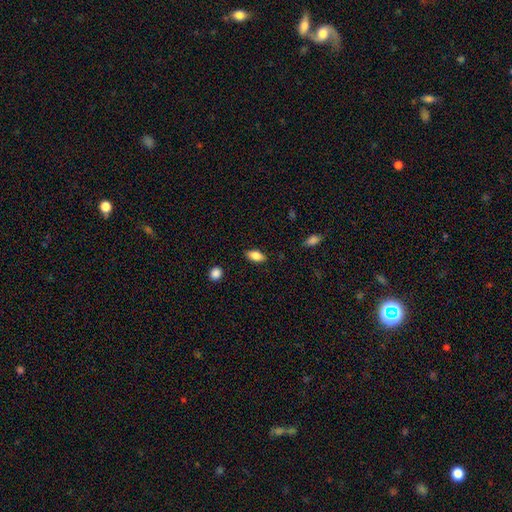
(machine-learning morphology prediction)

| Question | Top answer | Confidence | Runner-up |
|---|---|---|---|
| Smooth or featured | smooth | 83% | featured or disk (9%) |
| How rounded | in between | 89% | cigar-shaped (7%) |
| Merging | none | 86% | minor disturbance (11%) |